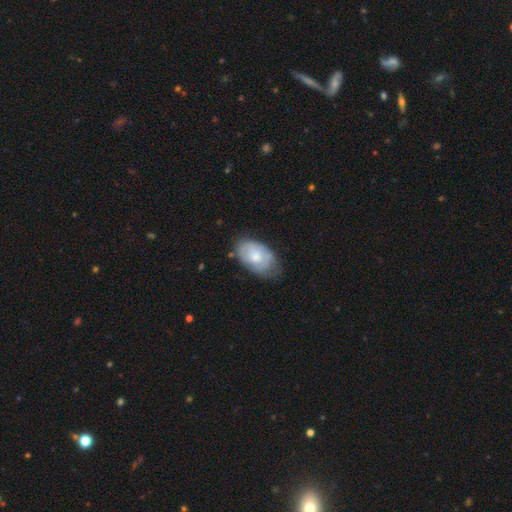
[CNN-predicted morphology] A smooth galaxy with no disk features (56%) that is in between round and cigar-shaped (91%).

Vote fractions:
- Smooth or featured? smooth: 56% / featured or disk: 38% / star or artifact: 6%
- How rounded? in between: 91% / round: 8% / cigar-shaped: 1%
- Merging? none: 56% / minor disturbance: 32% / major disturbance: 10% / merger: 2%